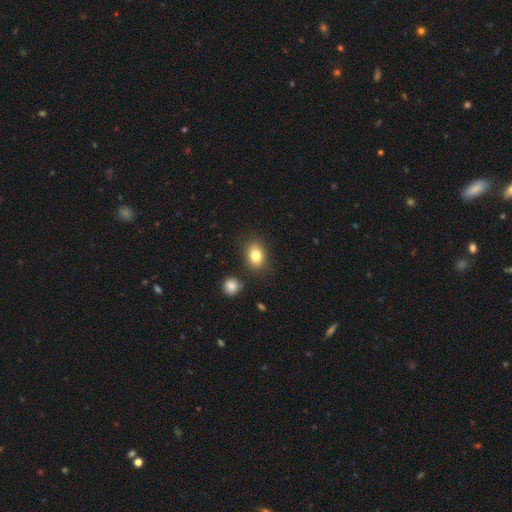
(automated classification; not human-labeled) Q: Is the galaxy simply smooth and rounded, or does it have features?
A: smooth — 82%.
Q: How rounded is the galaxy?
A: in between — 75%.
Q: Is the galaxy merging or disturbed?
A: none — 83%.